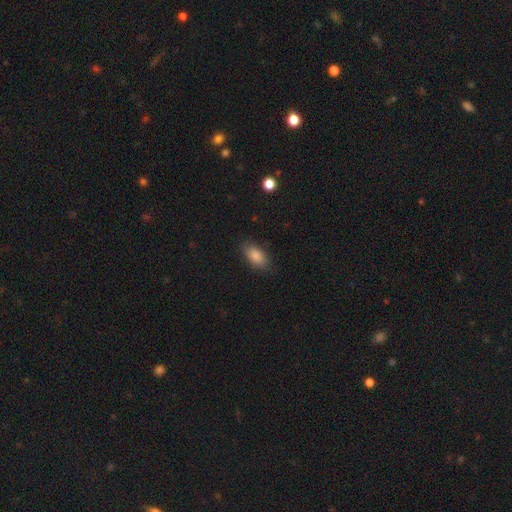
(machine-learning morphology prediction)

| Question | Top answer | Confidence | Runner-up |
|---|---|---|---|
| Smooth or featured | smooth | 86% | star or artifact (8%) |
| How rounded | in between | 91% | round (5%) |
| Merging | none | 81% | minor disturbance (14%) |